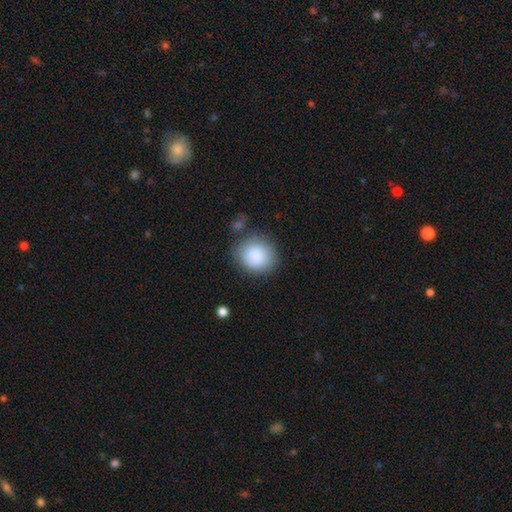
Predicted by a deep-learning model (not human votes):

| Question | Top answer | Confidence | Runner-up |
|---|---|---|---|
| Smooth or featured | smooth | 88% | star or artifact (7%) |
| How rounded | round | 81% | in between (18%) |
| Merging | none | 75% | minor disturbance (15%) |